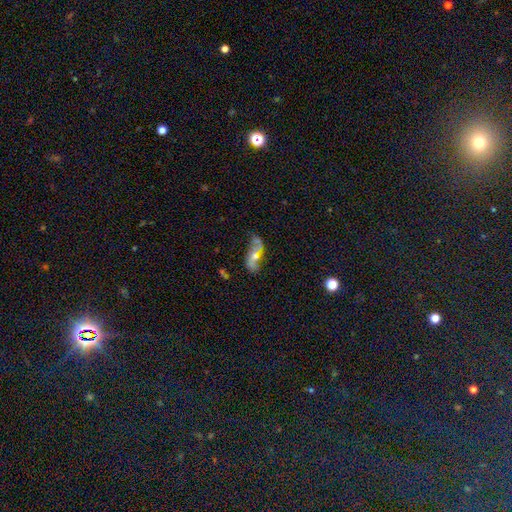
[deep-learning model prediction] smooth_or_featured: featured or disk (p=0.55) [alt: smooth p=0.35]
disk_edge_on: no (p=0.84) [alt: yes p=0.16]
merging: none (p=0.53) [alt: minor disturbance p=0.27]